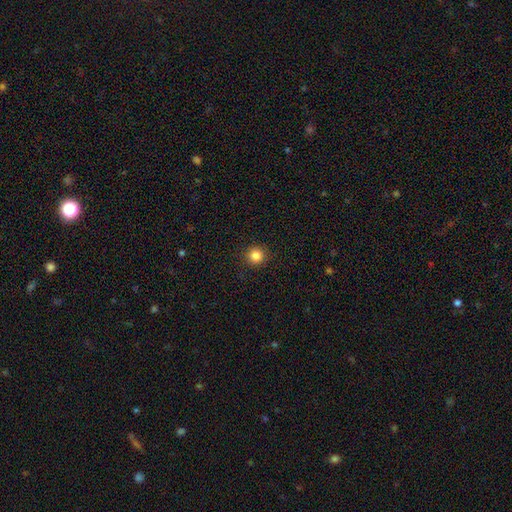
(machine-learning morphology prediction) Overall: smooth (84%). How rounded: round (94%). Merging: none (92%).